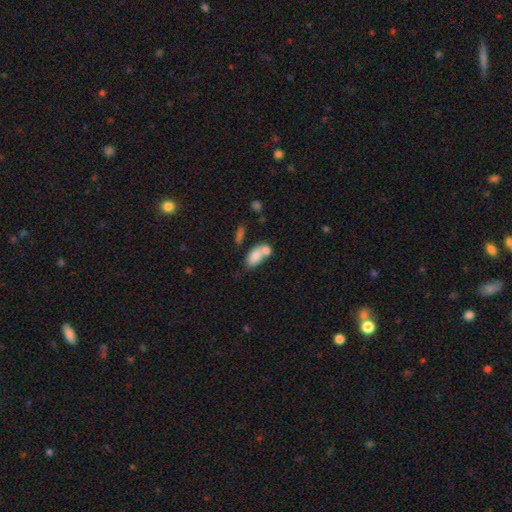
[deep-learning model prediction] smooth 78%, featured or disk 14%, star or artifact 8%. Down the decision tree: how rounded — in between (88%); merging — merger (58%).